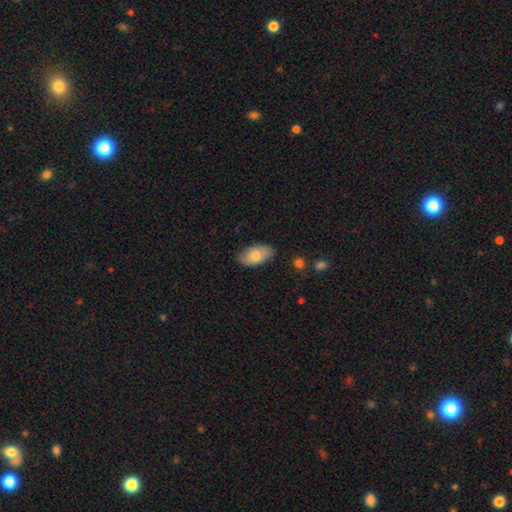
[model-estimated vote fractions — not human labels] smooth 77%, featured or disk 17%, star or artifact 6%. Down the decision tree: how rounded — in between (94%); merging — none (83%).